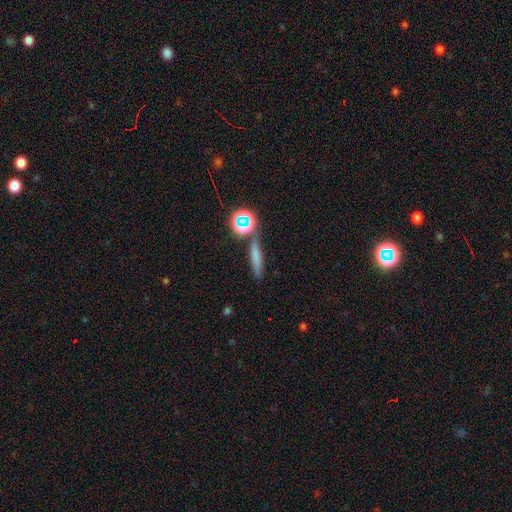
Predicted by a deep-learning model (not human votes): This appears to be a smooth galaxy with no disk features (64%) that is cigar-shaped (77%). Merging: none (75%).